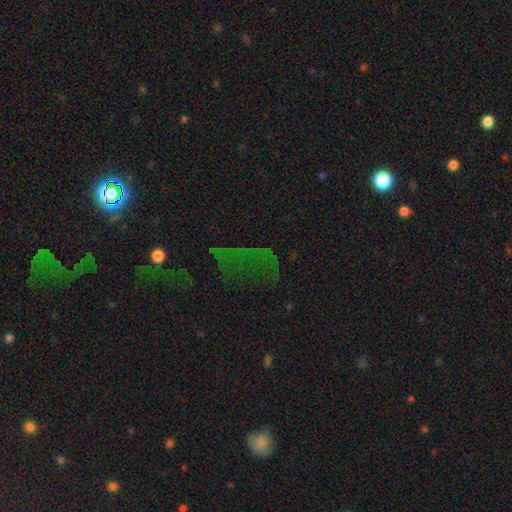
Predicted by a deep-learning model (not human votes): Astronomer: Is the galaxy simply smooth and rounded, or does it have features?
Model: star or artifact — 67%.